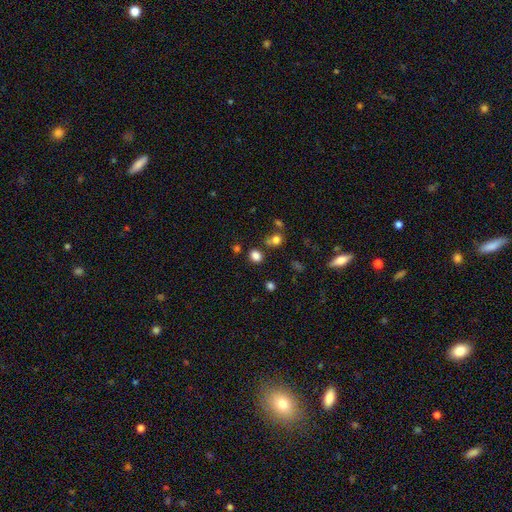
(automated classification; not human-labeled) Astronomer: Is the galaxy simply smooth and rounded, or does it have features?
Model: smooth — 80%.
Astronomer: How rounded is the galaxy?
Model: round — 64%.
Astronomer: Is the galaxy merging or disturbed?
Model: none — 77%.